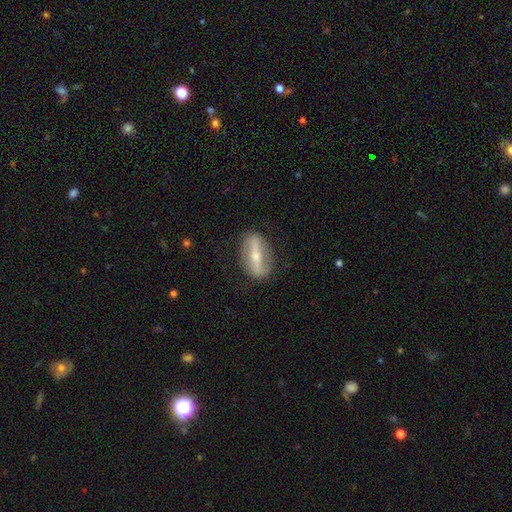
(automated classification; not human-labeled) Morphology: type=featured or disk (73%); edge-on=no (63%); merging=none (84%).